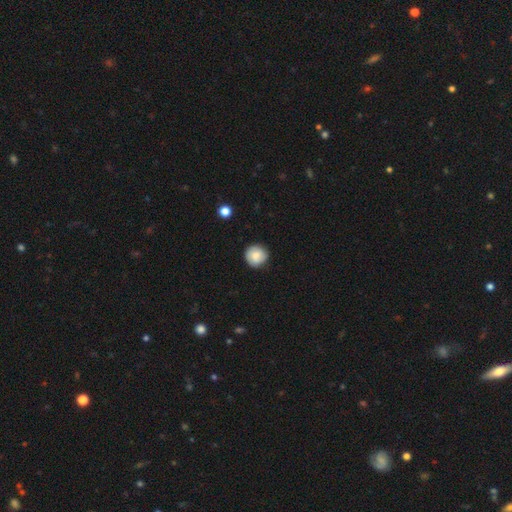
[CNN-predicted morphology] smooth-or-featured: smooth: 79% | featured or disk: 14% | star or artifact: 7%
  how-rounded: round: 94% | in between: 5% | cigar-shaped: 1%
  merging: none: 86% | minor disturbance: 10% | major disturbance: 2% | merger: 1%